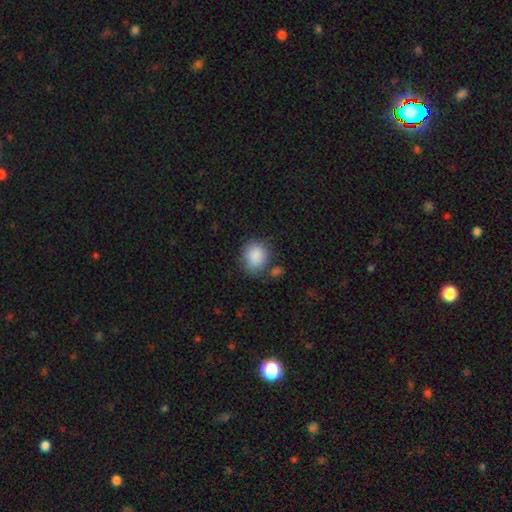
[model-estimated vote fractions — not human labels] Smooth or featured? Predicted: smooth (p=0.88). How rounded? Predicted: round (p=0.63). Merging? Predicted: none (p=0.72).